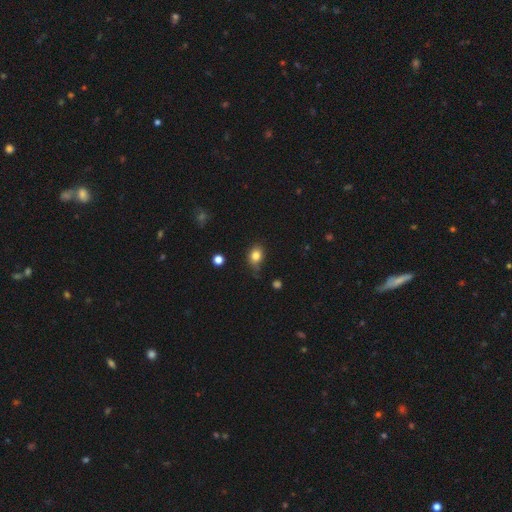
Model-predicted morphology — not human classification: A smooth galaxy with no disk features (83%) that is in between round and cigar-shaped (59%). Merging: none (67%).